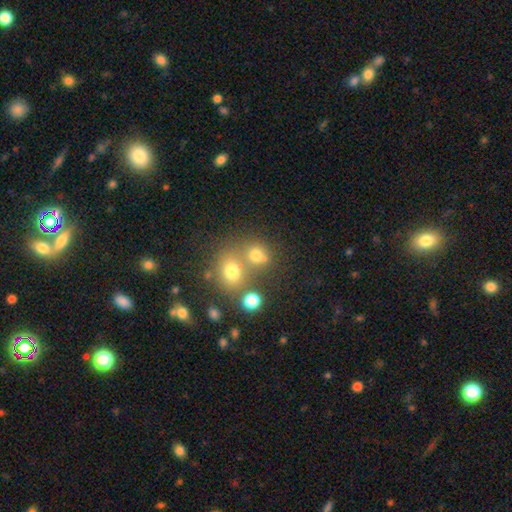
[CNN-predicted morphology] smooth 67%, star or artifact 20%, featured or disk 13%. Down the decision tree: how rounded — round (74%); merging — none (46%).